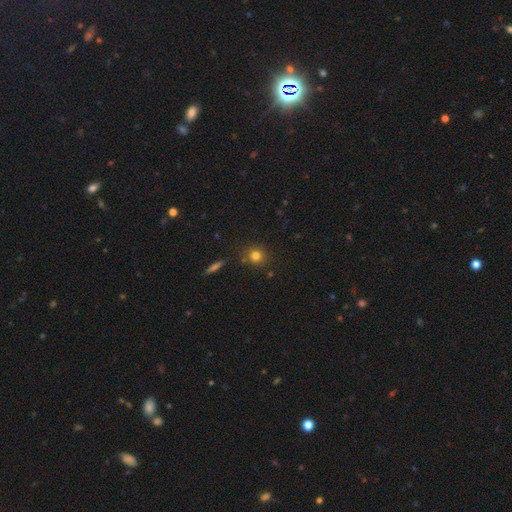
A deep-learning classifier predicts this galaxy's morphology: The model was most divided on "smooth or featured": smooth: 78%, star or artifact: 13%, featured or disk: 9%. More confident: how rounded — round (86%); merging — none (82%).